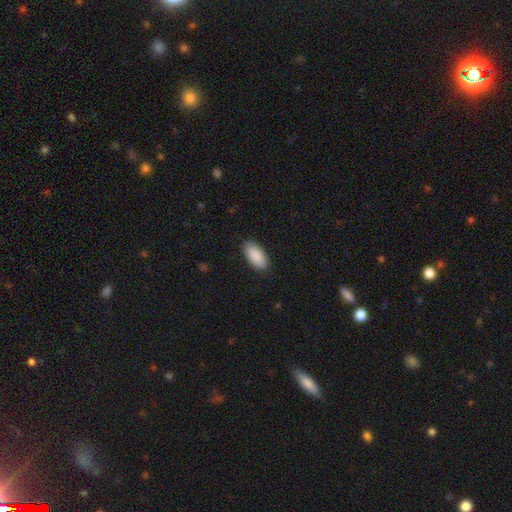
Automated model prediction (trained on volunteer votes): Smooth or featured? Predicted: smooth (p=0.90). How rounded? Predicted: in between (p=0.94). Merging? Predicted: none (p=0.87).